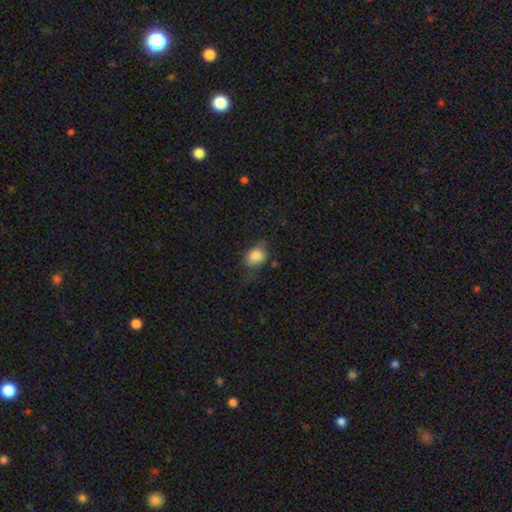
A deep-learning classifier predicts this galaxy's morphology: smooth-or-featured: smooth: 83% | star or artifact: 9% | featured or disk: 9%
  how-rounded: in between: 62% | round: 37% | cigar-shaped: 1%
  merging: none: 61% | minor disturbance: 27% | major disturbance: 9% | merger: 2%